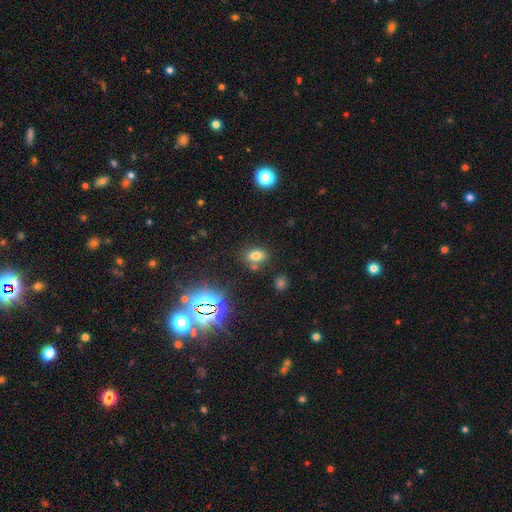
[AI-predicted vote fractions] A smooth galaxy with no disk features (72%) that is in between round and cigar-shaped (78%). Merging: none (69%).